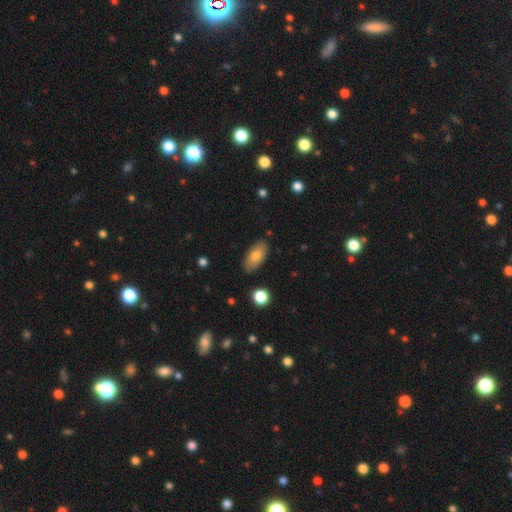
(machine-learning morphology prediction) A smooth galaxy with no disk features (77%) that is in between round and cigar-shaped (89%). Merging: none (85%).